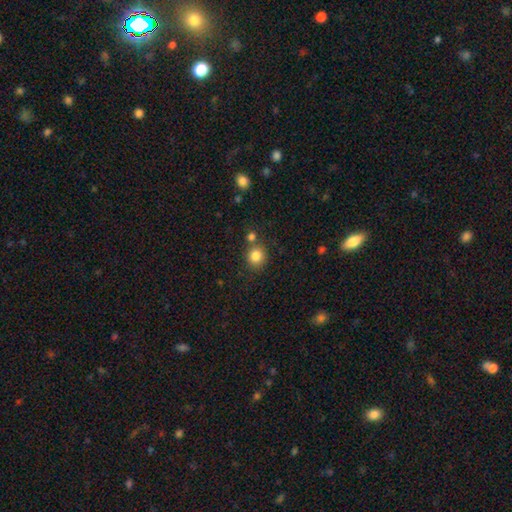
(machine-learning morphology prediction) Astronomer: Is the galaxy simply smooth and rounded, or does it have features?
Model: smooth — 83%.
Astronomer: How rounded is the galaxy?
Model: round — 84%.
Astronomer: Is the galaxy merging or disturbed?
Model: none — 72%.